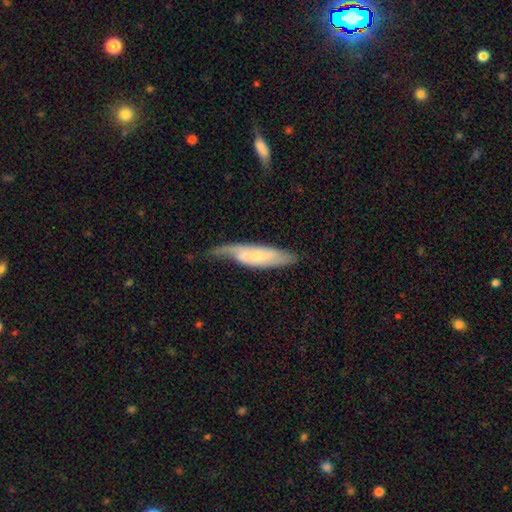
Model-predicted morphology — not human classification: featured or disk 51%, smooth 43%, star or artifact 6%. Down the decision tree: edge-on disk — no (65%); merging — none (46%).